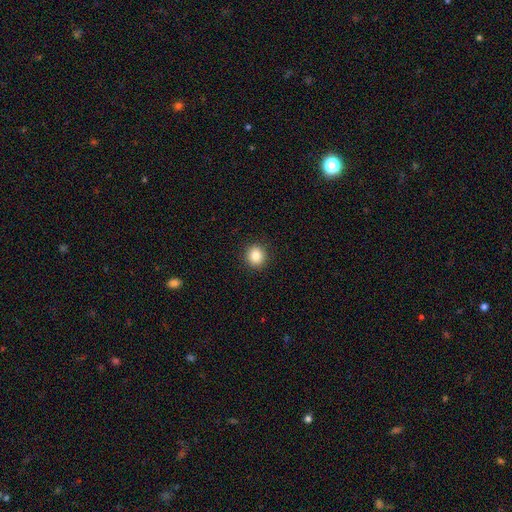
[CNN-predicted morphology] Smooth or featured? smooth (85%)
How rounded? round (91%)
Merging? none (92%)